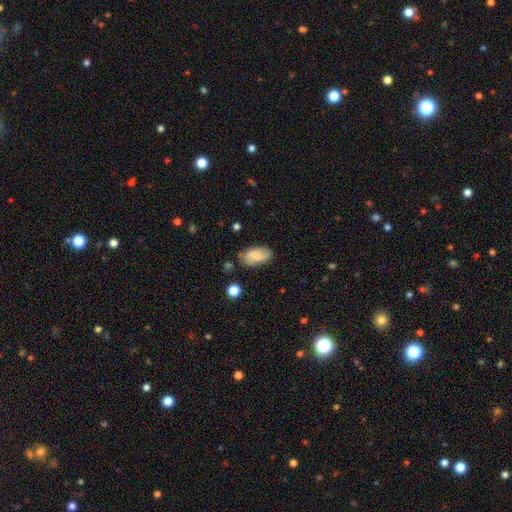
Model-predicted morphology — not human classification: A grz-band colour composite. It shows a smooth galaxy with no disk features (64%) that is in between round and cigar-shaped (93%). Merging: none (75%).